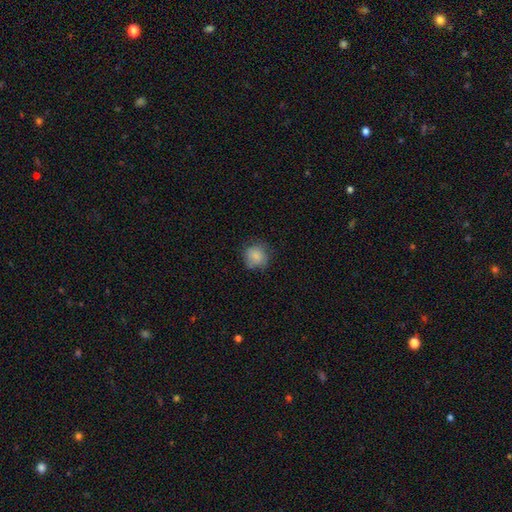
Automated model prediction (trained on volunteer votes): Smooth or featured? Predicted: smooth (p=0.83). How rounded? Predicted: round (p=0.87). Merging? Predicted: none (p=0.70).